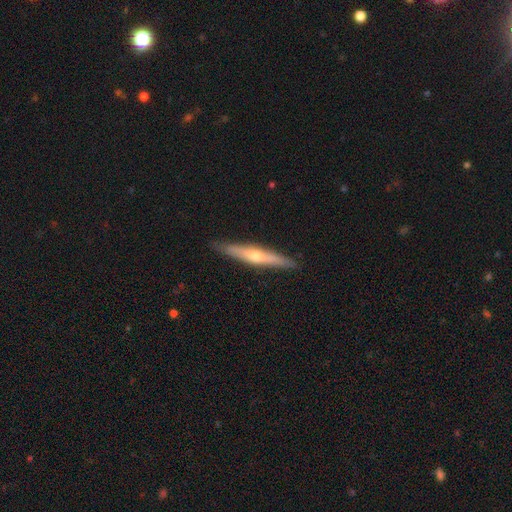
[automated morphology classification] Smooth or featured? featured or disk (66%)
Edge-on disk? yes (95%)
Edge-on bulge? rounded (85%)
Merging? none (91%)